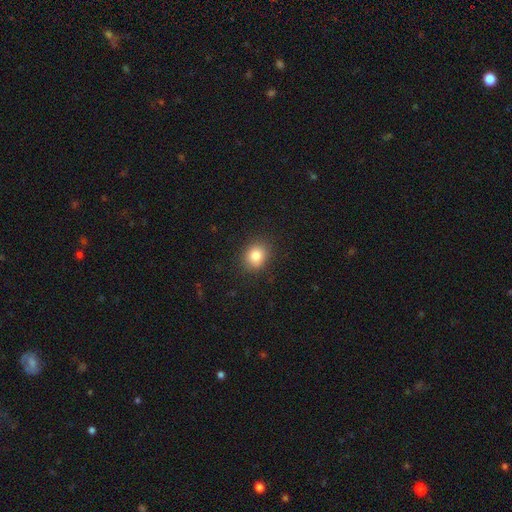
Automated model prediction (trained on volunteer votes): smooth-or-featured: smooth: 84% | star or artifact: 10% | featured or disk: 6%
  how-rounded: round: 65% | in between: 35% | cigar-shaped: 1%
  merging: none: 87% | minor disturbance: 9% | major disturbance: 3% | merger: 1%